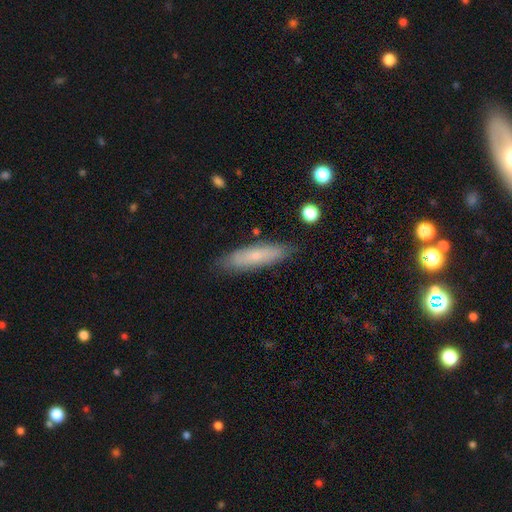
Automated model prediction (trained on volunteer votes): smooth 66%, featured or disk 27%, star or artifact 7%. Down the decision tree: how rounded — cigar-shaped (74%); merging — none (84%).